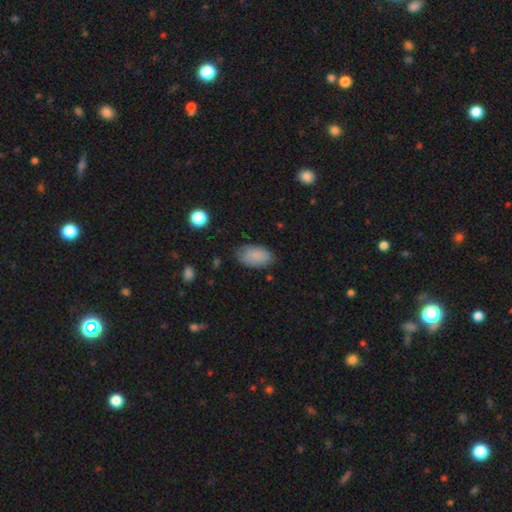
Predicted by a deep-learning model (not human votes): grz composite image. It shows a smooth galaxy with no disk features (88%) that is in between round and cigar-shaped (94%). Merging: none (79%).